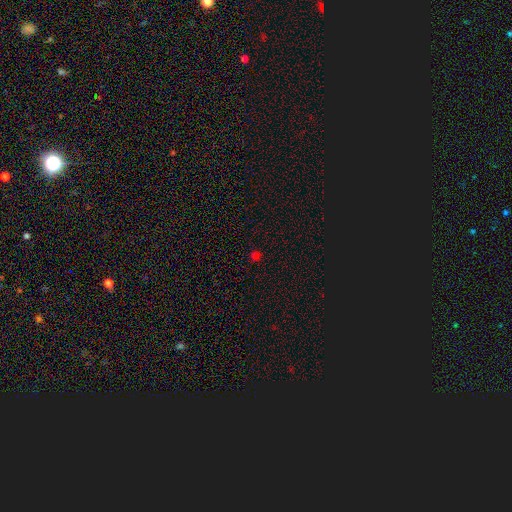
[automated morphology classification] Overall: smooth (57%; star or artifact 38%). How rounded: round (87%). Merging: none (84%).